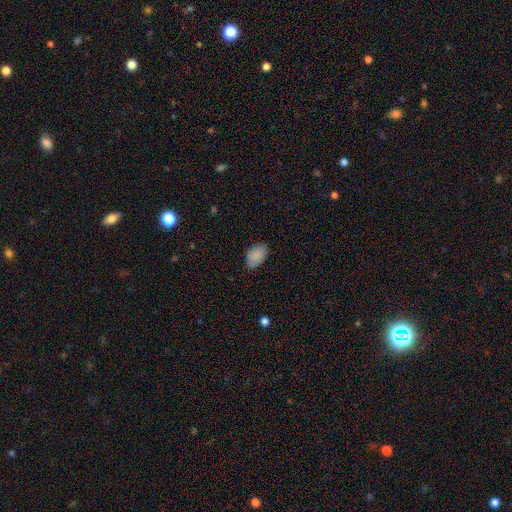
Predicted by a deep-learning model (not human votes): Smooth or featured: smooth — 88% (star or artifact — 7%)
How rounded: in between — 90% (round — 9%)
Merging: none — 77% (minor disturbance — 19%)